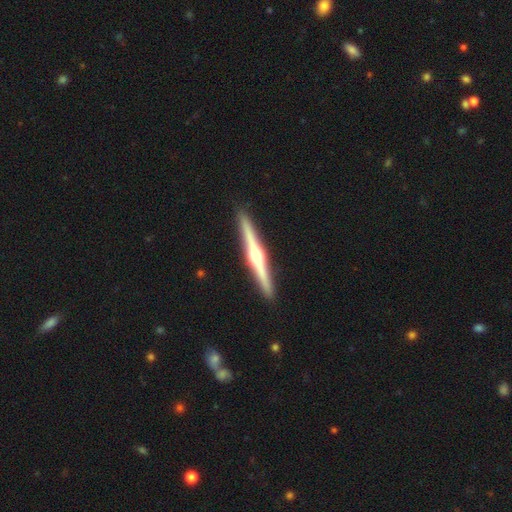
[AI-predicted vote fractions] Smooth or featured? featured or disk (80%)
Edge-on disk? yes (98%)
Edge-on bulge? rounded (91%)
Merging? none (92%)